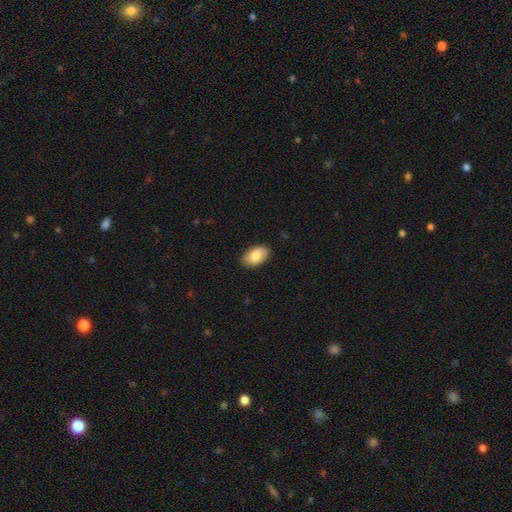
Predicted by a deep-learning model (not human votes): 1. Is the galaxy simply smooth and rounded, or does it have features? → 84% smooth, 10% featured or disk, 6% star or artifact.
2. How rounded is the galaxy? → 94% in between, 5% round, 1% cigar-shaped.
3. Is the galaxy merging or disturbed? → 86% none, 11% minor disturbance, 2% major disturbance, 1% merger.